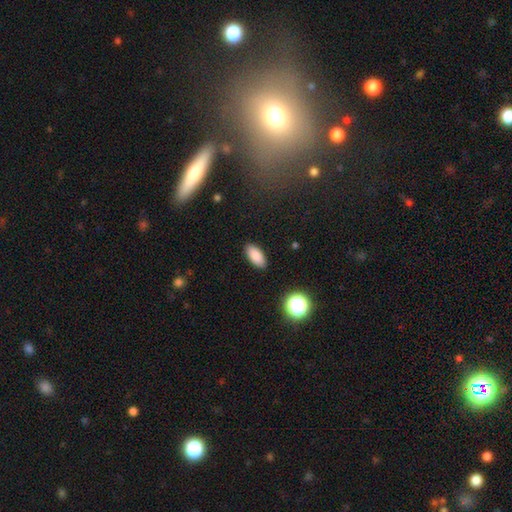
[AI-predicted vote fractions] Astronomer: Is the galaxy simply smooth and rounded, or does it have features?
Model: smooth — 86%.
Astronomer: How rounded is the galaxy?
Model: in between — 91%.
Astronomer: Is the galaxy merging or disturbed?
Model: none — 89%.